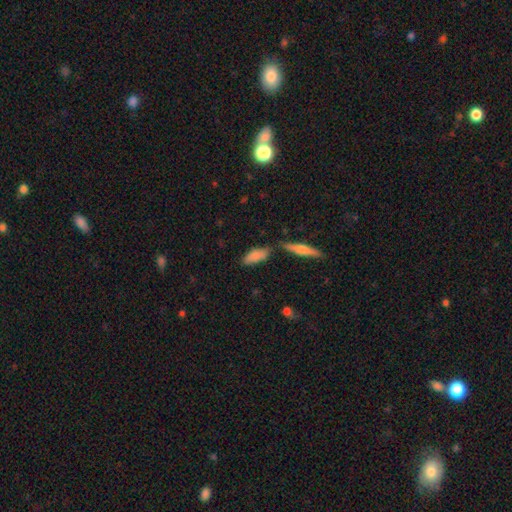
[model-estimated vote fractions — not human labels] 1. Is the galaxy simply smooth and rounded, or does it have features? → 79% smooth, 14% featured or disk, 7% star or artifact.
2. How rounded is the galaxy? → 74% in between, 23% cigar-shaped, 3% round.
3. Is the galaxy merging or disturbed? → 59% none, 20% minor disturbance, 16% merger, 5% major disturbance.